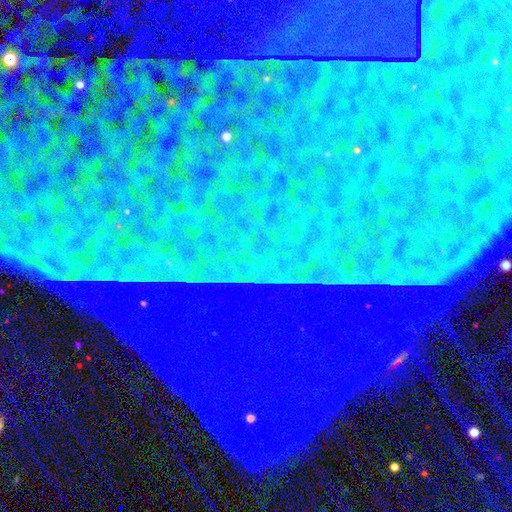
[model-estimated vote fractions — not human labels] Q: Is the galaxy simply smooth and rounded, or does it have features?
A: star or artifact — 86%.